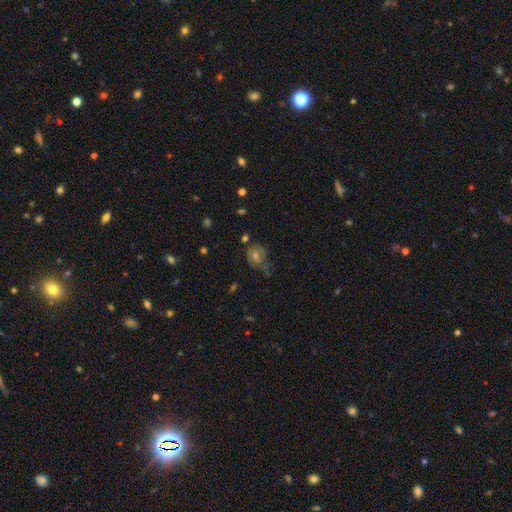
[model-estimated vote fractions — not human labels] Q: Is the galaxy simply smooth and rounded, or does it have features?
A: featured or disk — 43%.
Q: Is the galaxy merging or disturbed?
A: none — 50%.